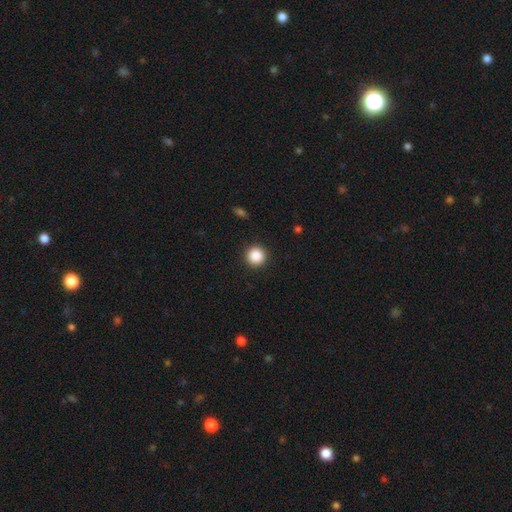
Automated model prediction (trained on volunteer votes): smooth-or-featured: smooth: 88% | star or artifact: 9% | featured or disk: 3%
  how-rounded: round: 95% | in between: 4% | cigar-shaped: 1%
  merging: none: 92% | minor disturbance: 5% | major disturbance: 2% | merger: 1%